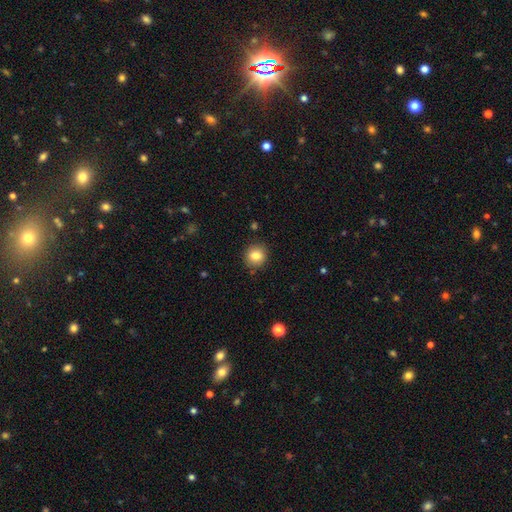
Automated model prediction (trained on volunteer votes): smooth-or-featured: smooth: 82% | star or artifact: 10% | featured or disk: 8%
  how-rounded: round: 87% | in between: 12% | cigar-shaped: 1%
  merging: none: 88% | minor disturbance: 9% | major disturbance: 2% | merger: 2%